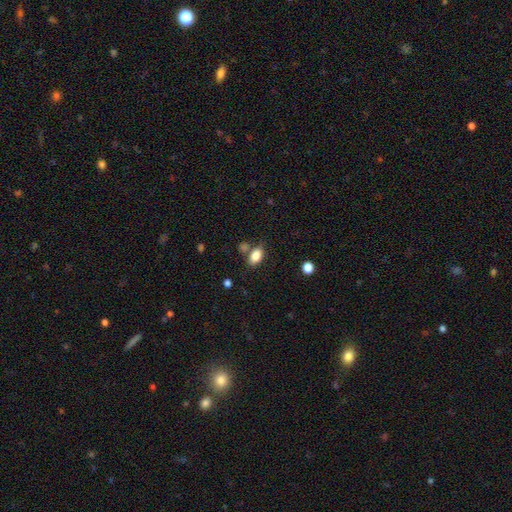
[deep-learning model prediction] A smooth galaxy with no disk features (84%) that is in between round and cigar-shaped (88%).

Vote fractions:
- Smooth or featured? smooth: 84% / star or artifact: 9% / featured or disk: 7%
- How rounded? in between: 88% / round: 9% / cigar-shaped: 3%
- Merging? none: 68% / merger: 15% / minor disturbance: 14% / major disturbance: 4%